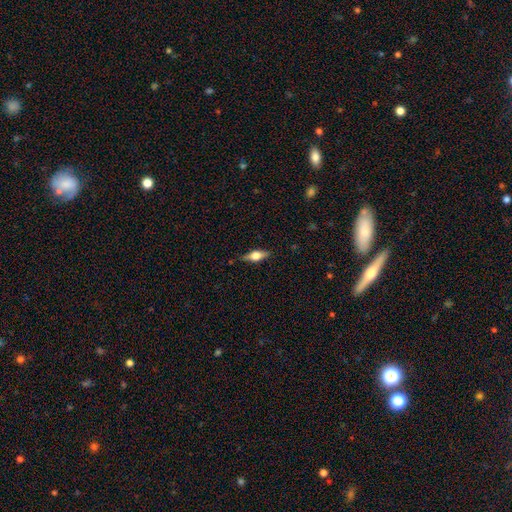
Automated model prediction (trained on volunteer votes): A featured or disk galaxy (50%) viewed edge-on (93%).

Vote fractions:
- Smooth or featured? featured or disk: 50% / smooth: 42% / star or artifact: 8%
- Edge-on disk? yes: 93% / no: 7%
- Merging? none: 83% / minor disturbance: 13% / major disturbance: 3% / merger: 1%